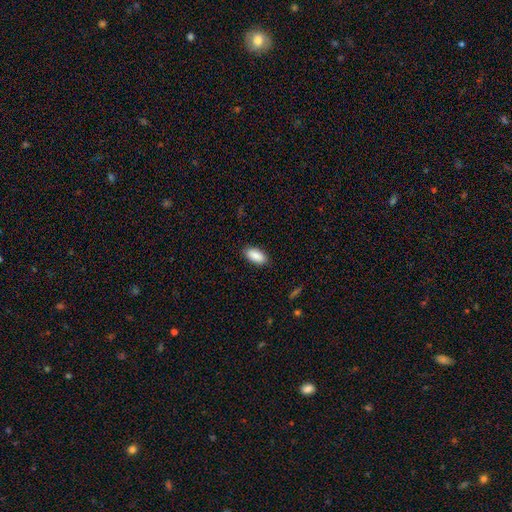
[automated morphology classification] smooth 90%, star or artifact 6%, featured or disk 4%. Down the decision tree: how rounded — in between (92%); merging — none (88%).